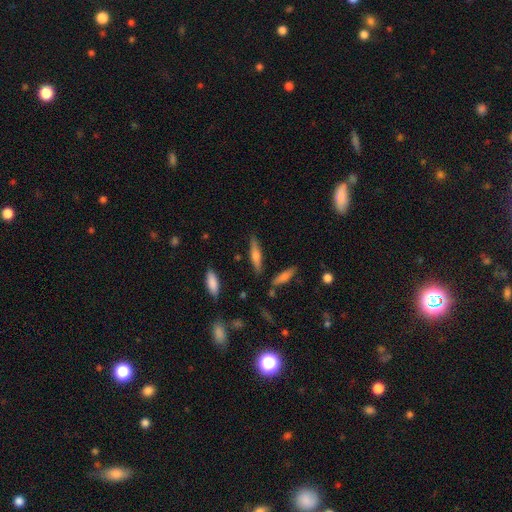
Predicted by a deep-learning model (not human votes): Smooth or featured: smooth — 50% (featured or disk — 44%)
Merging: none — 83% (minor disturbance — 11%)